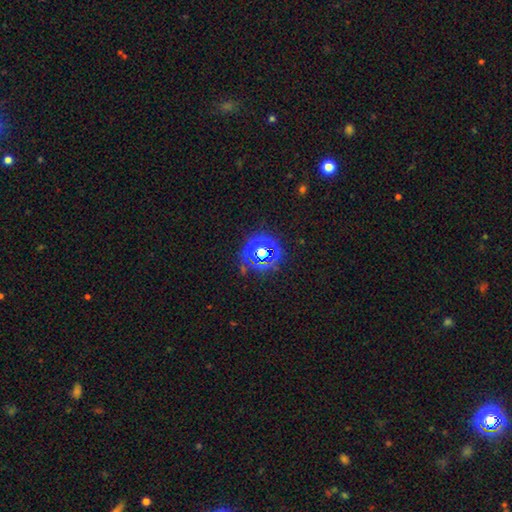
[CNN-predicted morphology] star or artifact 73%, smooth 21%, featured or disk 6%.